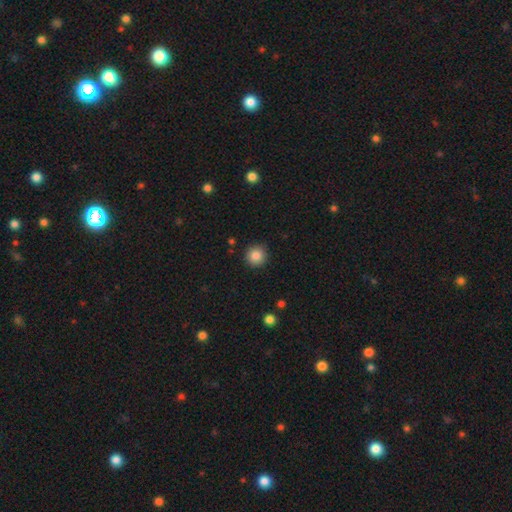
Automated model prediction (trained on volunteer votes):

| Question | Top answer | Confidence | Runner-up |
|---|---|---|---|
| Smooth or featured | smooth | 86% | star or artifact (9%) |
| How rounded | round | 94% | in between (5%) |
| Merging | none | 91% | minor disturbance (6%) |